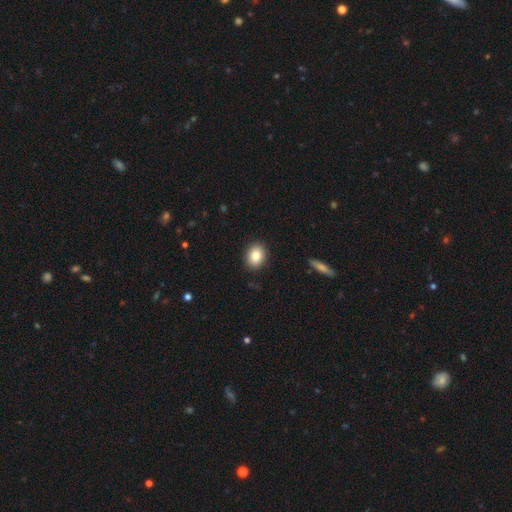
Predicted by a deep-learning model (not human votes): The model was most divided on "how rounded": in between: 51%, round: 48%, cigar-shaped: 1%. More confident: merging — none (89%); smooth or featured — smooth (83%).